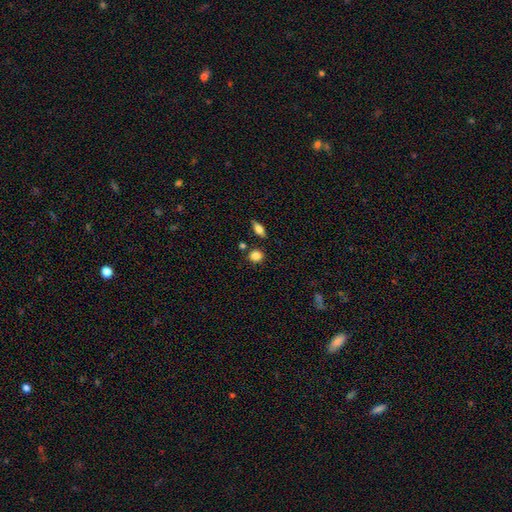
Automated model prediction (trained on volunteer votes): Q: Smooth or featured?
A: smooth (85%); runner-up: star or artifact (9%)
Q: How rounded?
A: round (69%); runner-up: in between (29%)
Q: Merging?
A: none (80%); runner-up: minor disturbance (10%)